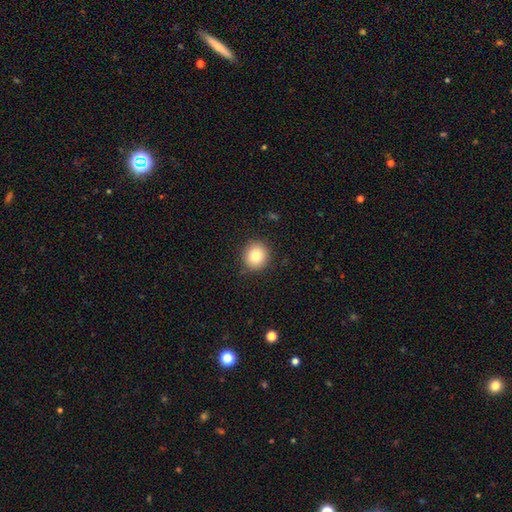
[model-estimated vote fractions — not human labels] Smooth or featured: smooth — 79% (star or artifact — 11%)
How rounded: round — 91% (in between — 8%)
Merging: none — 88% (minor disturbance — 8%)